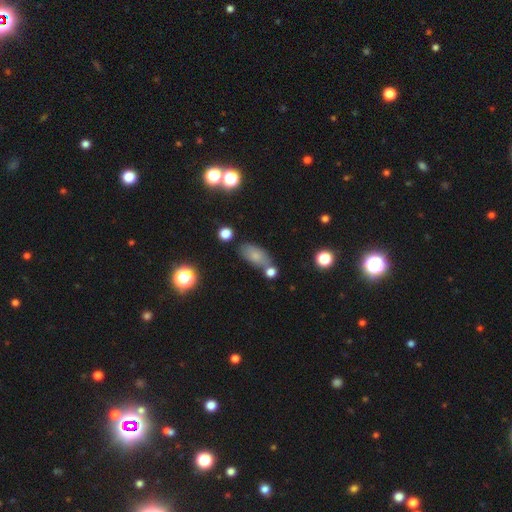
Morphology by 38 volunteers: A smooth galaxy with no disk features (84%) that is in between round and cigar-shaped (94%). Merging: none (54%).